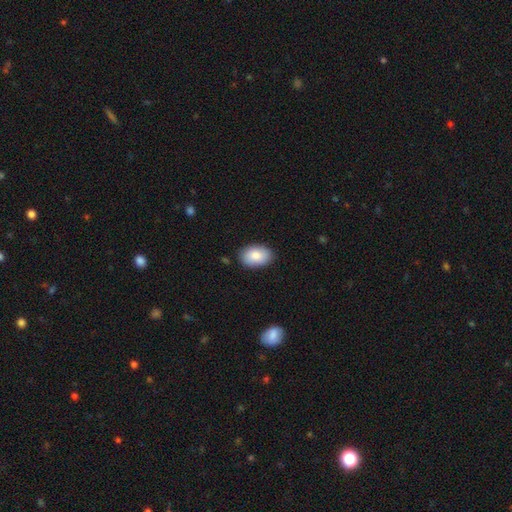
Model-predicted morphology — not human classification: type=smooth (86%); roundness=in between (89%); merging=none (86%).